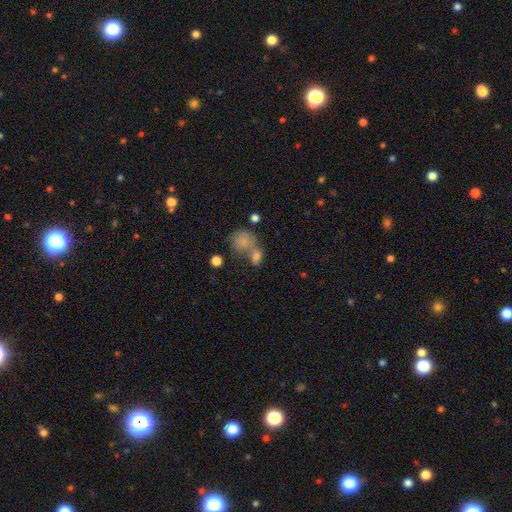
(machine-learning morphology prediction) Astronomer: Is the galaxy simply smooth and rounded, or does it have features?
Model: smooth — 69%.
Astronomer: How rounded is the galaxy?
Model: round — 49% (runner-up: in between, 48%).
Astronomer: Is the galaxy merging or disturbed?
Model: merger — 49% (runner-up: none, 32%).